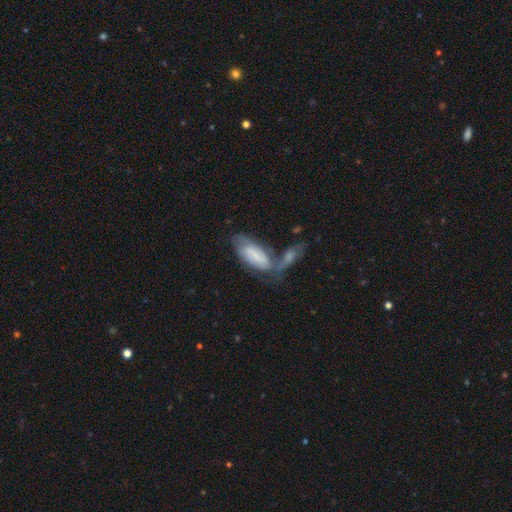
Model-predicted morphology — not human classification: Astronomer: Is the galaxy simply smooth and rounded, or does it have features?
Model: smooth — 52% (runner-up: featured or disk, 41%).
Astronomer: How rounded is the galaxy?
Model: in between — 82%.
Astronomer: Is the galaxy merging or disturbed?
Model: merger — 48% (runner-up: none, 25%).